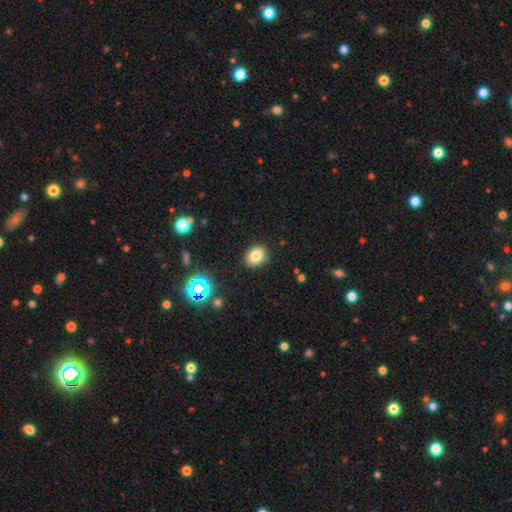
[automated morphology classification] smooth-or-featured: smooth: 80% | star or artifact: 13% | featured or disk: 8%
  how-rounded: in between: 58% | round: 41% | cigar-shaped: 1%
  merging: none: 87% | minor disturbance: 9% | major disturbance: 2% | merger: 1%